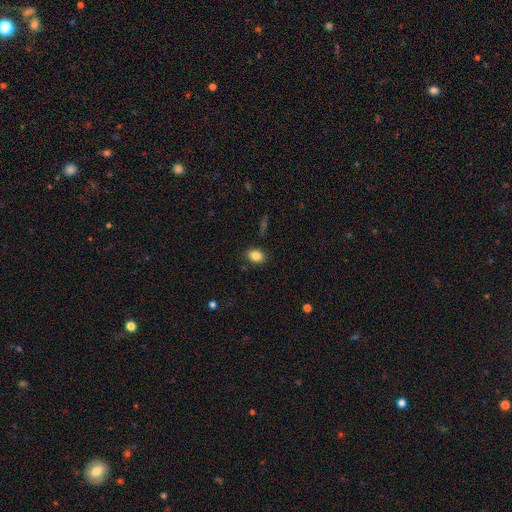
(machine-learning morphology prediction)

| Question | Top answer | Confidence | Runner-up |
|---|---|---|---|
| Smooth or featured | smooth | 84% | star or artifact (9%) |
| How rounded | in between | 70% | round (29%) |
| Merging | none | 85% | minor disturbance (11%) |